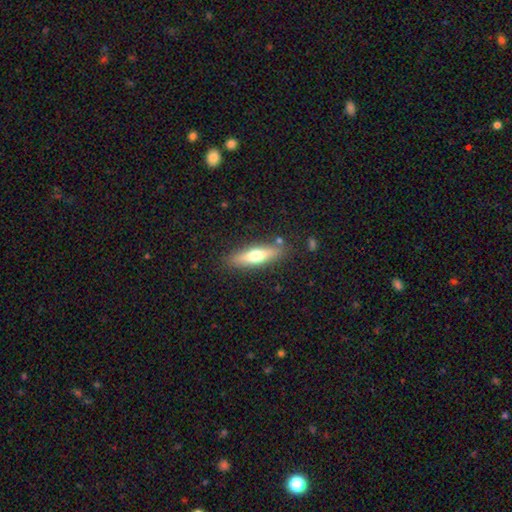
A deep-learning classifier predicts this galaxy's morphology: Smooth or featured: smooth — 59% (featured or disk — 35%)
How rounded: cigar-shaped — 59% (in between — 38%)
Merging: none — 84% (minor disturbance — 11%)